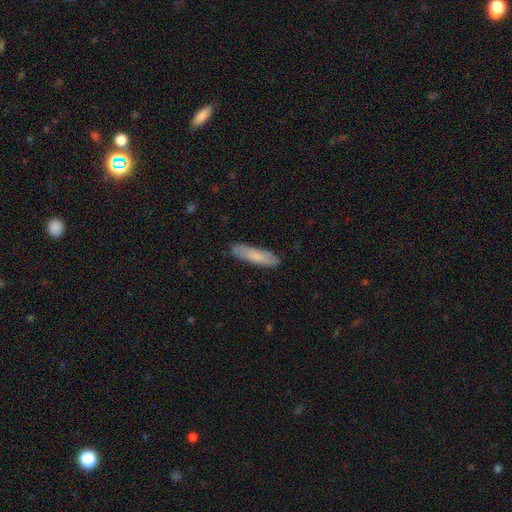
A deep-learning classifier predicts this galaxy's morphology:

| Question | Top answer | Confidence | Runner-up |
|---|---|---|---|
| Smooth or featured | smooth | 75% | featured or disk (19%) |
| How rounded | cigar-shaped | 73% | in between (25%) |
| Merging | none | 85% | minor disturbance (12%) |